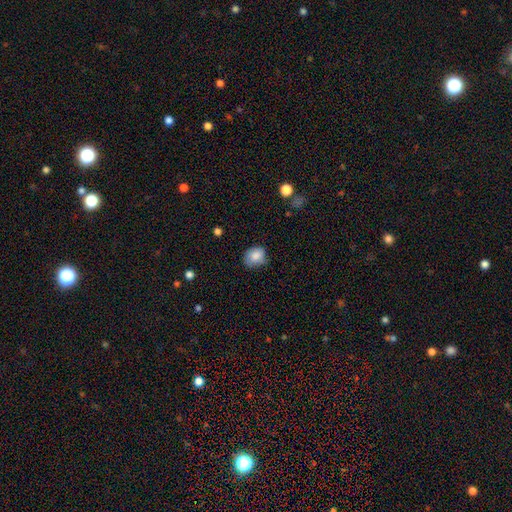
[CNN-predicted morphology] A smooth galaxy with no disk features (85%) that is round (51%). Merging: none (65%).